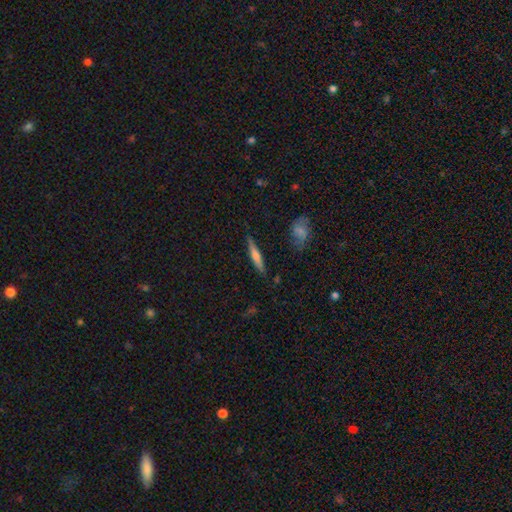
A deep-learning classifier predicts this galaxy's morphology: smooth-or-featured: featured or disk: 47% | smooth: 46% | star or artifact: 7%
  merging: none: 84% | minor disturbance: 11% | major disturbance: 2% | merger: 2%